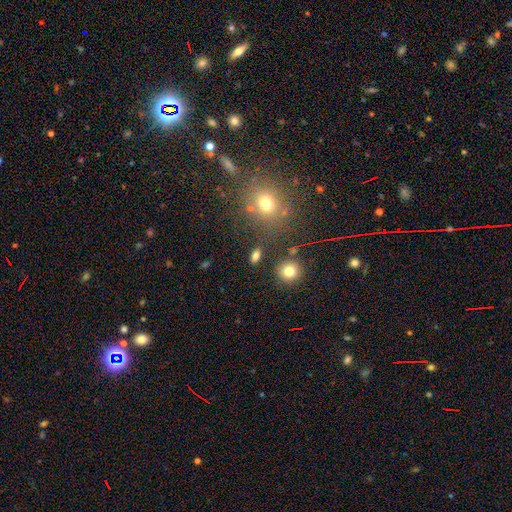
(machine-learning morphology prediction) Smooth or featured? Predicted: smooth (p=0.78). How rounded? Predicted: in between (p=0.78). Merging? Predicted: none (p=0.84).